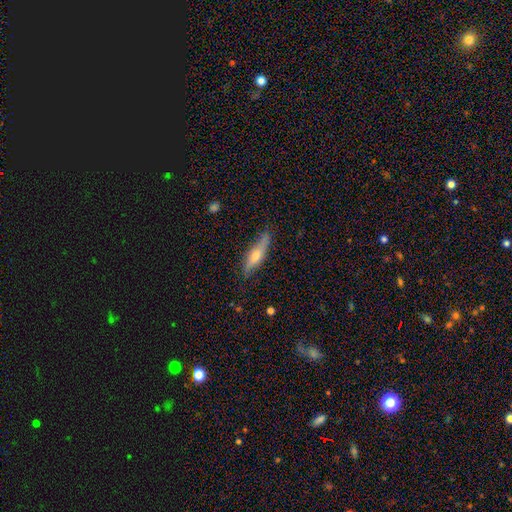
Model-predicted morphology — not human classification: smooth_or_featured: smooth (p=0.49) [alt: featured or disk p=0.45]
merging: none (p=0.76) [alt: minor disturbance p=0.19]